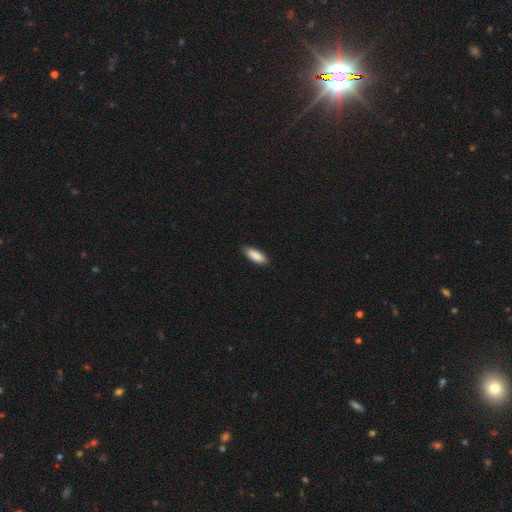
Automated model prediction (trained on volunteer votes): Q: Smooth or featured?
A: smooth (88%); runner-up: featured or disk (7%)
Q: How rounded?
A: in between (71%); runner-up: cigar-shaped (27%)
Q: Merging?
A: none (86%); runner-up: minor disturbance (12%)